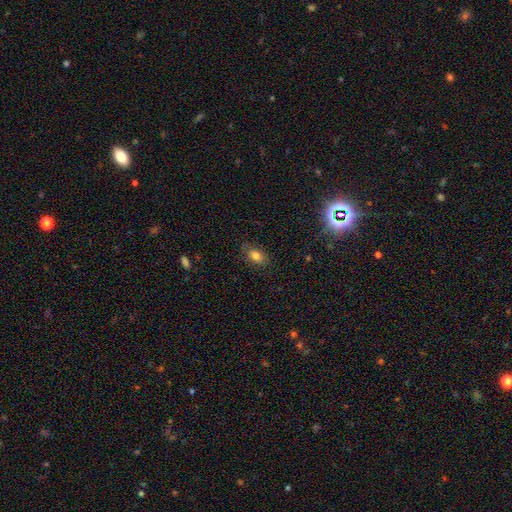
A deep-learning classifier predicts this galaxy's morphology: Smooth or featured?
  - smooth: 79% *
  - star or artifact: 11%
  - featured or disk: 10%
How rounded?
  - in between: 84% *
  - round: 12%
  - cigar-shaped: 3%
Merging?
  - none: 81% *
  - minor disturbance: 14%
  - major disturbance: 4%
  - merger: 1%